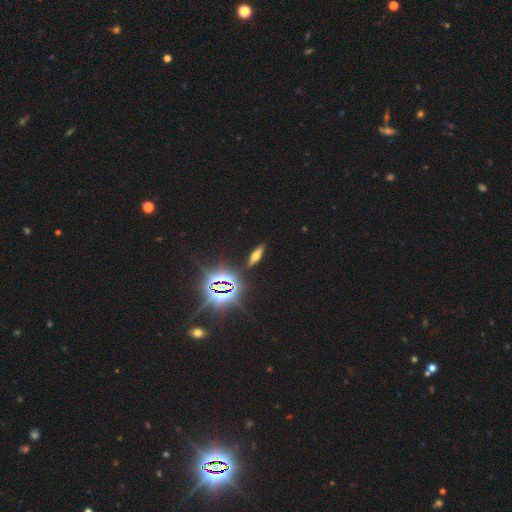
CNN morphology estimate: smooth-or-featured: smooth: 40% | star or artifact: 38% | featured or disk: 22%
  merging: none: 88% | minor disturbance: 7% | major disturbance: 2% | merger: 2%